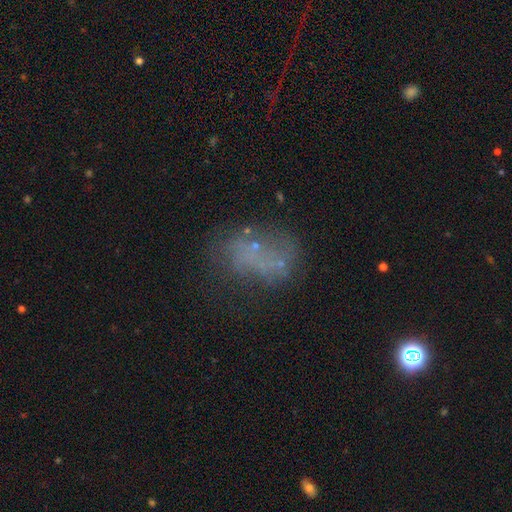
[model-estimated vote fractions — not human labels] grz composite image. It shows a featured or disk galaxy (41%). Merging: none (49%).